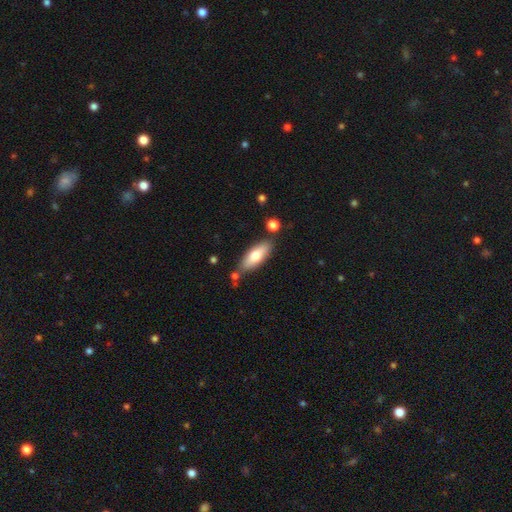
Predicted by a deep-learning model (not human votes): smooth_or_featured: smooth (p=0.70) [alt: featured or disk p=0.24]
how_rounded: in between (p=0.67) [alt: cigar-shaped p=0.31]
merging: none (p=0.75) [alt: minor disturbance p=0.15]